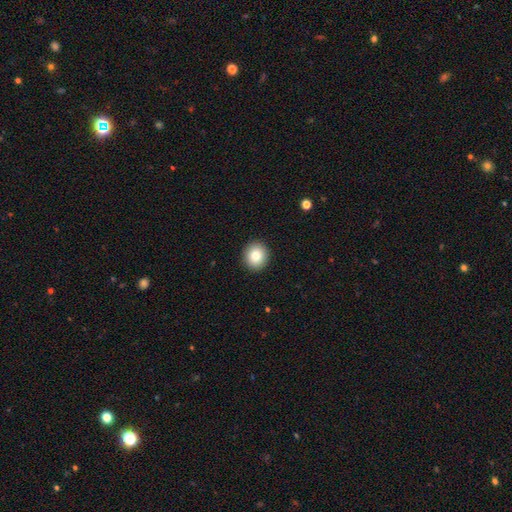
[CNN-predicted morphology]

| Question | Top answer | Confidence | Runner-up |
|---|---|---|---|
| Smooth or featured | smooth | 82% | star or artifact (9%) |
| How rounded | round | 84% | in between (15%) |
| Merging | none | 92% | minor disturbance (5%) |